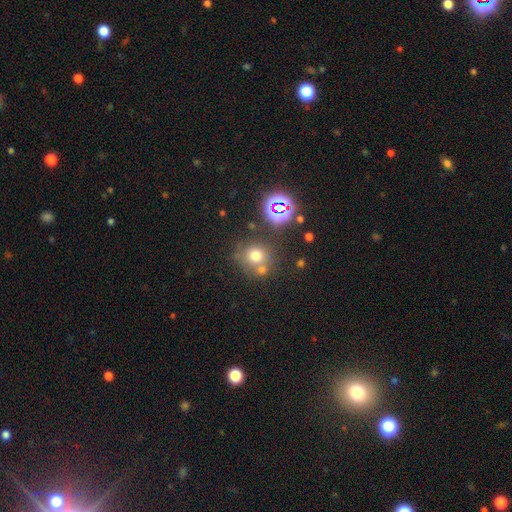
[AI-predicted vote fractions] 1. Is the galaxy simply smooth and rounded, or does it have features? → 69% smooth, 20% star or artifact, 11% featured or disk.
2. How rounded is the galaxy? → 88% round, 11% in between, 1% cigar-shaped.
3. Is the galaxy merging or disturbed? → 62% none, 23% merger, 11% minor disturbance, 5% major disturbance.